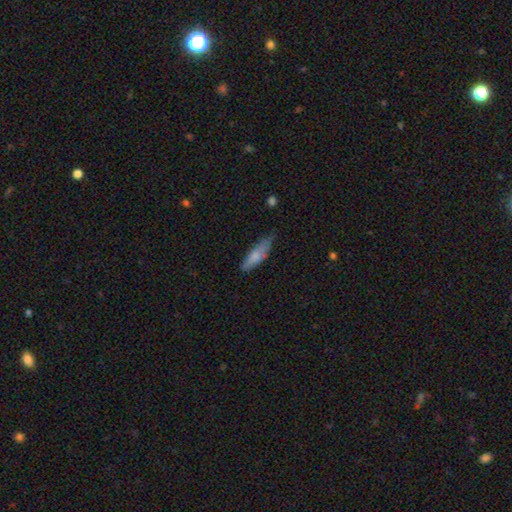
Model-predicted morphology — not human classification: Overall: smooth (75%). How rounded: cigar-shaped (57%; in between 41%). Merging: none (62%; minor disturbance 31%).